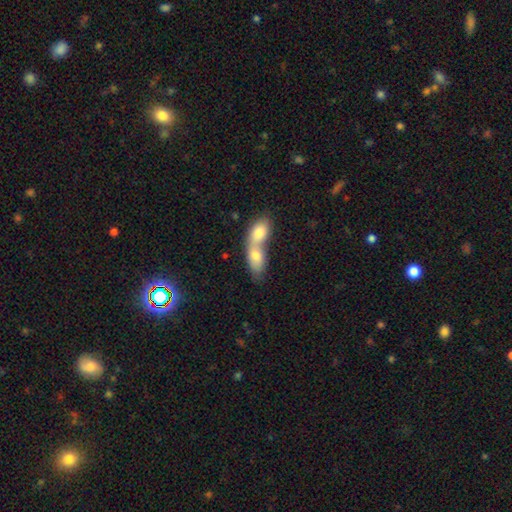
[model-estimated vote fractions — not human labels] The model was most divided on "smooth or featured": smooth: 75%, featured or disk: 19%, star or artifact: 6%. More confident: merging — merger (81%); how rounded — in between (81%).